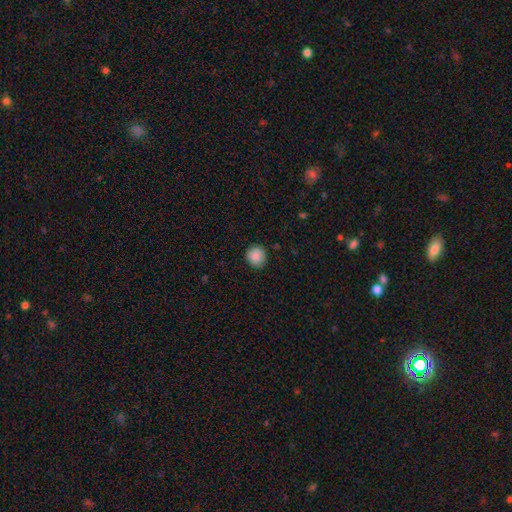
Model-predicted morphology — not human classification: smooth_or_featured: smooth (p=0.89) [alt: star or artifact p=0.09]
how_rounded: round (p=0.90) [alt: in between p=0.09]
merging: none (p=0.88) [alt: minor disturbance p=0.09]